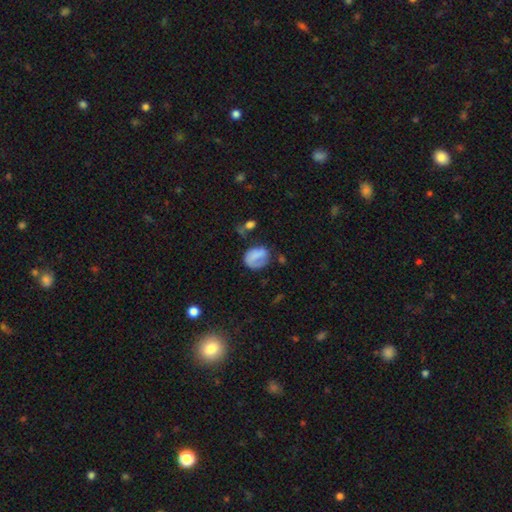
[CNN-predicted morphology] Overall: smooth (65%). How rounded: round (50%; in between 48%). Merging: none (45%; minor disturbance 28%).